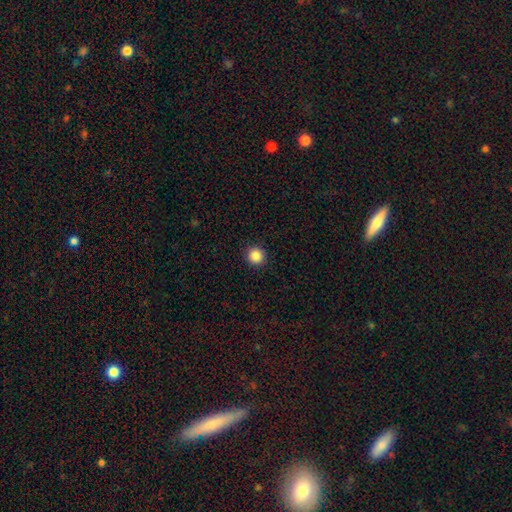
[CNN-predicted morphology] Smooth or featured?
  - smooth: 88% *
  - star or artifact: 10%
  - featured or disk: 3%
How rounded?
  - round: 95% *
  - in between: 4%
  - cigar-shaped: 1%
Merging?
  - none: 93% *
  - minor disturbance: 5%
  - major disturbance: 2%
  - merger: 1%